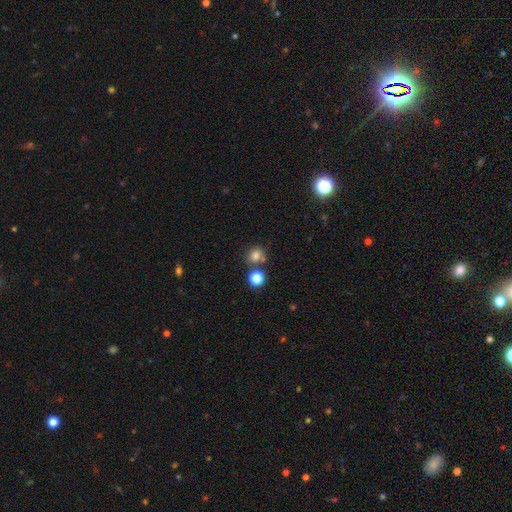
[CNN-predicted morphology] This is likely a smooth galaxy (78%). How rounded: clearly round (81%). Merging: likely none (66%).